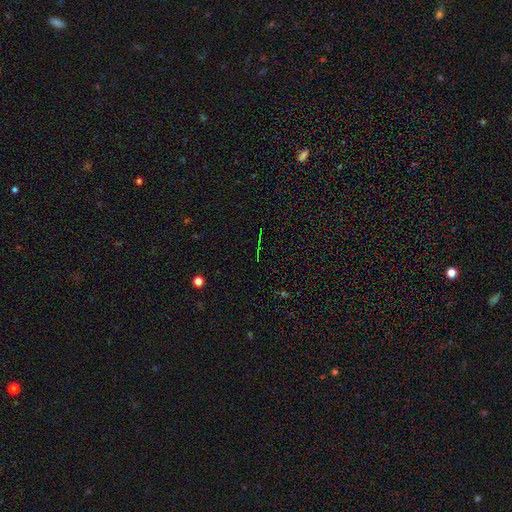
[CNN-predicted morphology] This is likely a star or artifact rather than a galaxy (74%).